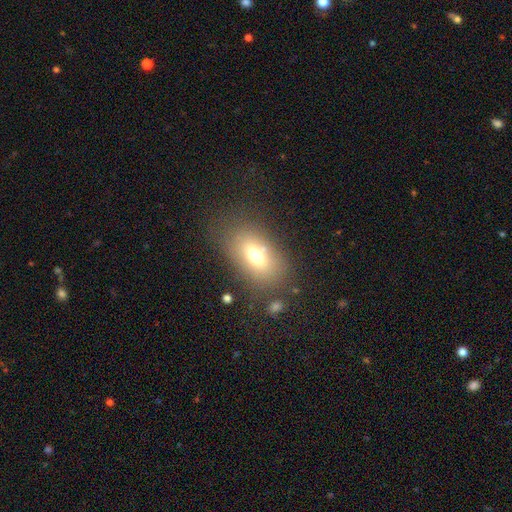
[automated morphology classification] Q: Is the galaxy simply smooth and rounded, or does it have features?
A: smooth — 68%.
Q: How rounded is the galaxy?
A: in between — 84%.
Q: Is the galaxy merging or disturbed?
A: none — 73%.